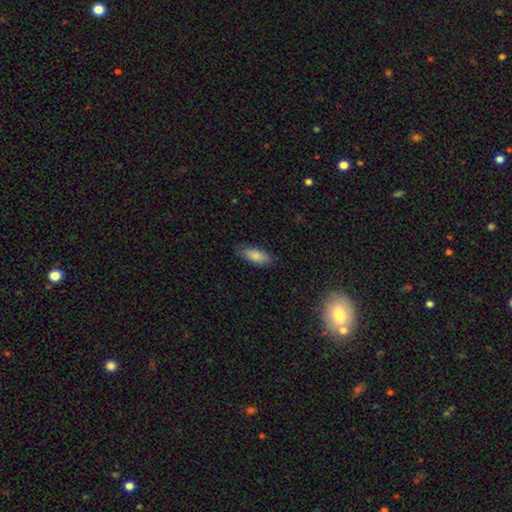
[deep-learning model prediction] Morphology: type=smooth (84%); roundness=in between (83%); merging=none (83%).